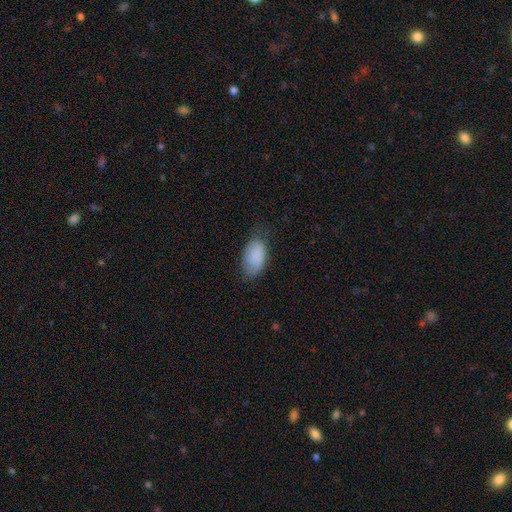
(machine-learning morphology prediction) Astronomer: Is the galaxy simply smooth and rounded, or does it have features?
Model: smooth — 85%.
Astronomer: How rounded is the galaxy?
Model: in between — 94%.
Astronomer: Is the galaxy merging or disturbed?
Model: none — 63%.